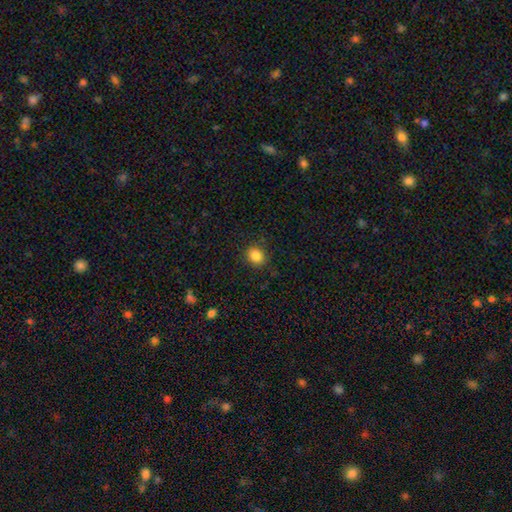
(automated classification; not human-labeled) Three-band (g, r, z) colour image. It shows a smooth galaxy with no disk features (86%) that is round (65%). Merging: none (86%).